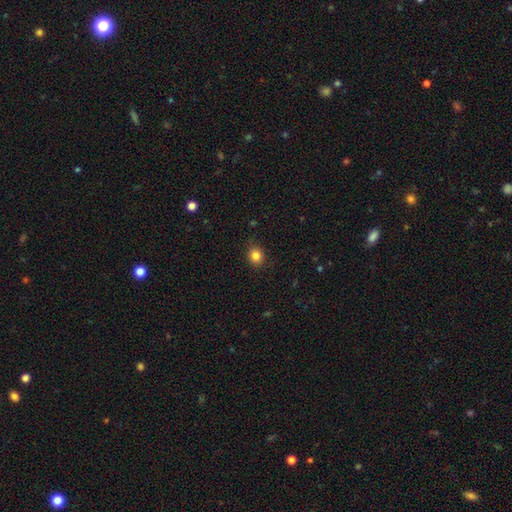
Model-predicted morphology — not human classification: smooth-or-featured: smooth: 84% | star or artifact: 11% | featured or disk: 5%
  how-rounded: round: 75% | in between: 24% | cigar-shaped: 1%
  merging: none: 86% | minor disturbance: 10% | major disturbance: 2% | merger: 1%